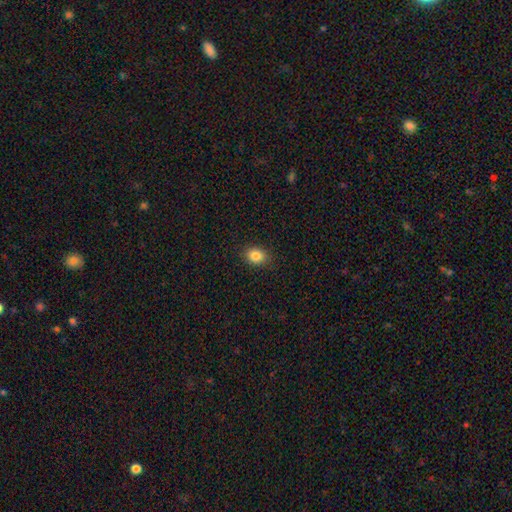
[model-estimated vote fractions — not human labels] Overall: smooth (85%). How rounded: in between (55%; round 44%). Merging: none (89%).